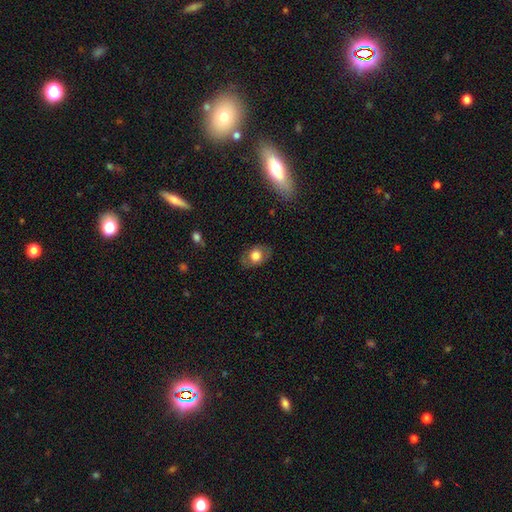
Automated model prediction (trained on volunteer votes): smooth 71%, featured or disk 21%, star or artifact 8%. Down the decision tree: how rounded — in between (72%); merging — none (79%).